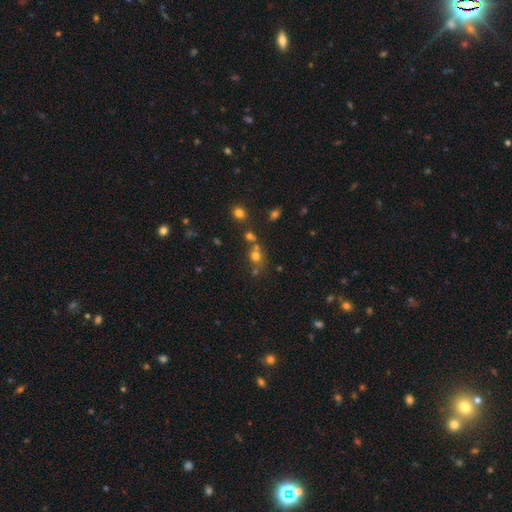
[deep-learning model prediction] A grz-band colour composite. It shows a smooth galaxy with no disk features (64%) that is round (79%). Merging: none (52%).